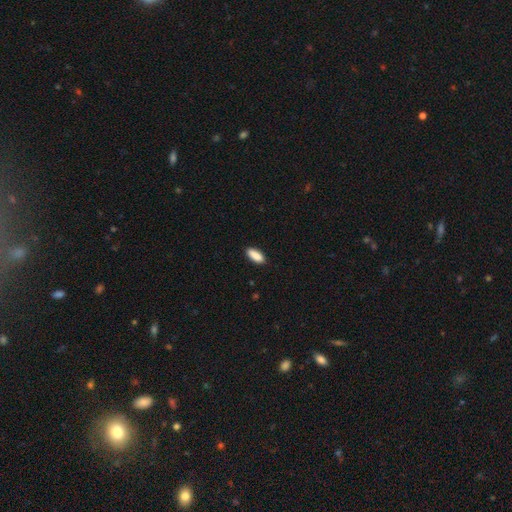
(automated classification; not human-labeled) Smooth or featured? smooth (89%)
How rounded? in between (77%)
Merging? none (87%)